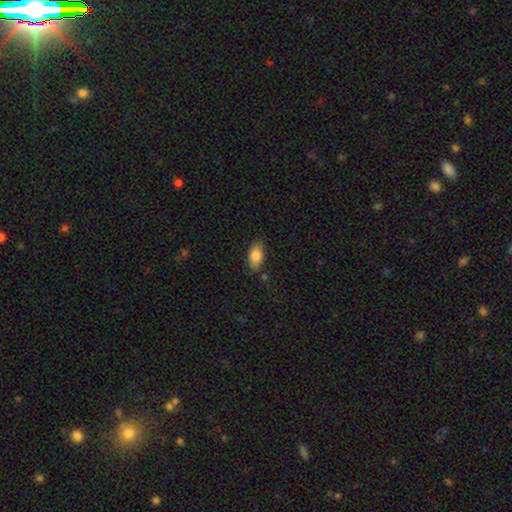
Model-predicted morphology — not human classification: The model was most divided on "merging": none: 80%, minor disturbance: 15%, major disturbance: 3%, merger: 2%. More confident: how rounded — in between (91%); smooth or featured — smooth (83%).